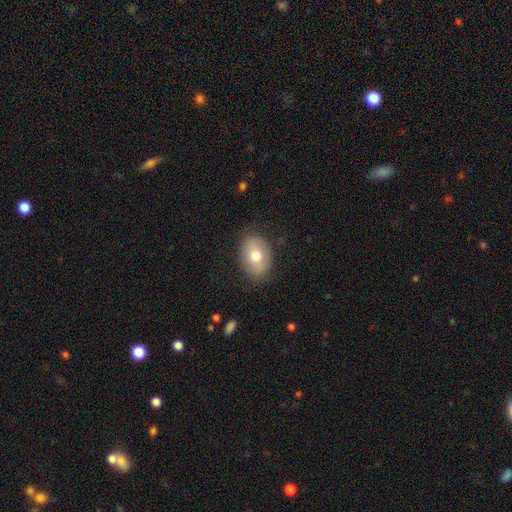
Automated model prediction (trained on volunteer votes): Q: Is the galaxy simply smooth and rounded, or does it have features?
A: smooth — 71%.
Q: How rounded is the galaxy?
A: in between — 82%.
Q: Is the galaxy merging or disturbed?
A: none — 81%.